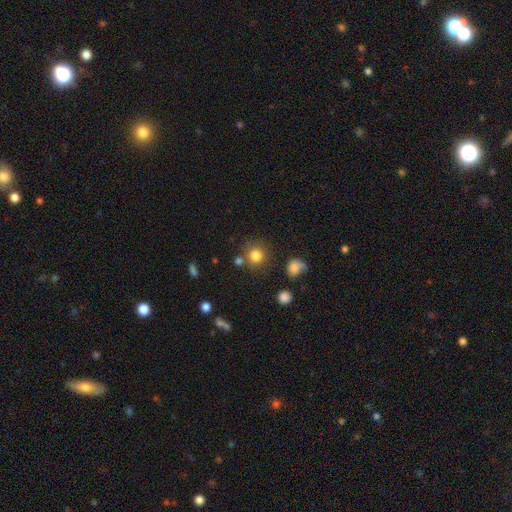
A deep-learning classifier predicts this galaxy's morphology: type=smooth (80%); roundness=round (91%); merging=none (74%).